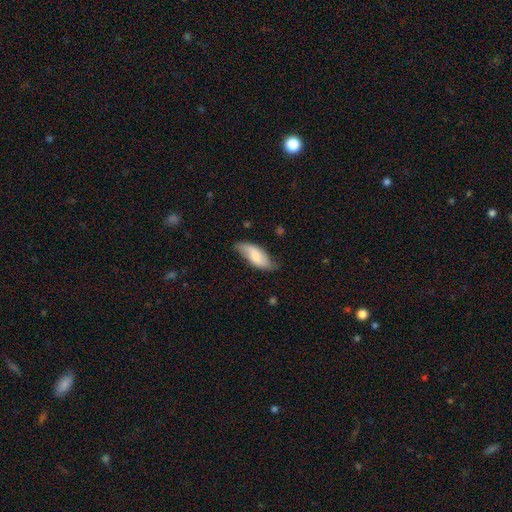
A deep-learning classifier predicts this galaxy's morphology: This appears to be a smooth galaxy with no disk features (67%) that is in between round and cigar-shaped (82%). Merging: none (66%).